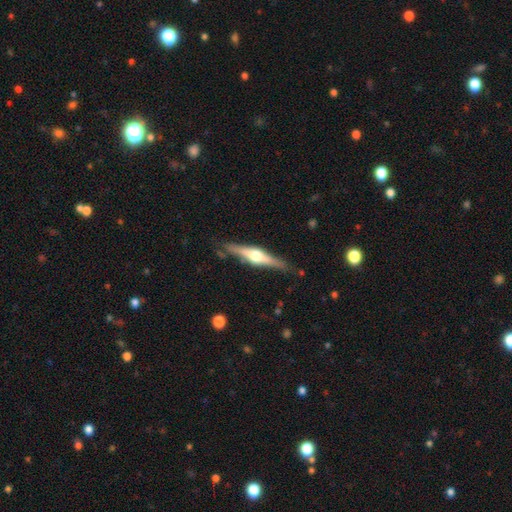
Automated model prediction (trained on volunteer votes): This appears to be a featured or disk galaxy (75%) viewed edge-on (97%) with a rounded central bulge (93%). Merging: none (84%).